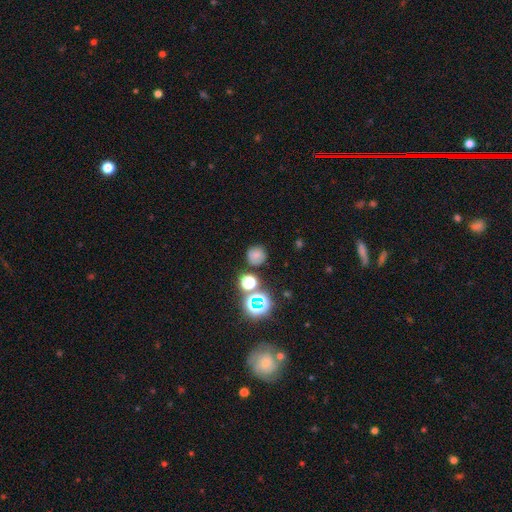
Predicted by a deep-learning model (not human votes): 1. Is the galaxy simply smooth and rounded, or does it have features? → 65% smooth, 23% star or artifact, 12% featured or disk.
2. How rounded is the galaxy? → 90% round, 9% in between, 1% cigar-shaped.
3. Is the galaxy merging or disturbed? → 79% none, 12% minor disturbance, 6% merger, 4% major disturbance.